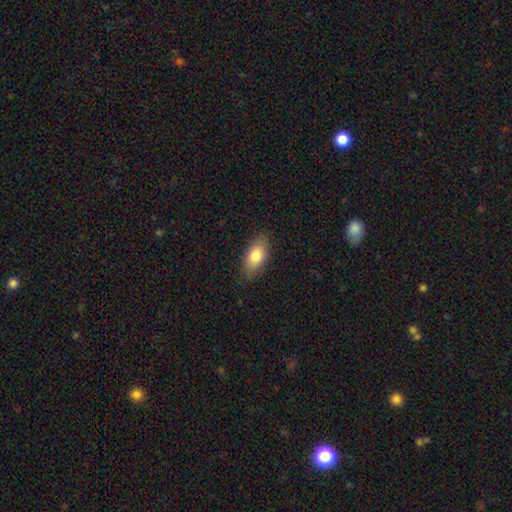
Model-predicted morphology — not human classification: Smooth or featured: smooth — 80% (featured or disk — 13%)
How rounded: in between — 88% (cigar-shaped — 7%)
Merging: none — 85% (minor disturbance — 12%)